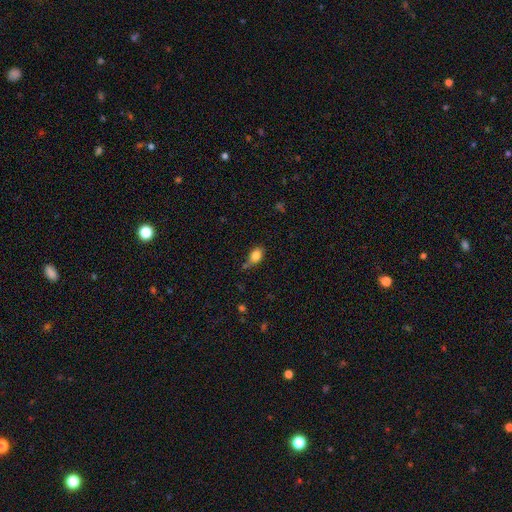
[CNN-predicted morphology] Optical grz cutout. It shows a smooth galaxy with no disk features (82%) that is in between round and cigar-shaped (77%). Merging: none (51%).